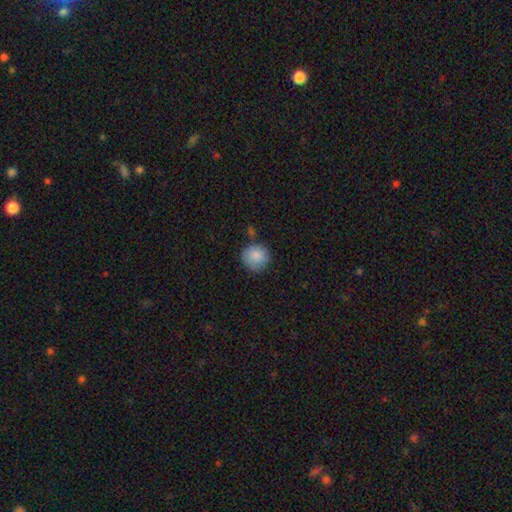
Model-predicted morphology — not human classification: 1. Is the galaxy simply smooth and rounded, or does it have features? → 88% smooth, 7% star or artifact, 5% featured or disk.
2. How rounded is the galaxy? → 90% round, 9% in between, 1% cigar-shaped.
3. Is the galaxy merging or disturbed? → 76% none, 15% minor disturbance, 6% merger, 4% major disturbance.